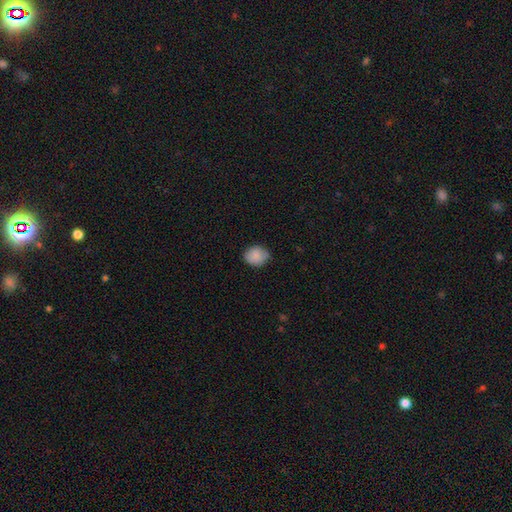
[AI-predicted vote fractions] A smooth galaxy with no disk features (88%) that is round (57%).

Vote fractions:
- Smooth or featured? smooth: 88% / star or artifact: 7% / featured or disk: 5%
- How rounded? round: 57% / in between: 42% / cigar-shaped: 1%
- Merging? none: 79% / minor disturbance: 18% / major disturbance: 3% / merger: 1%